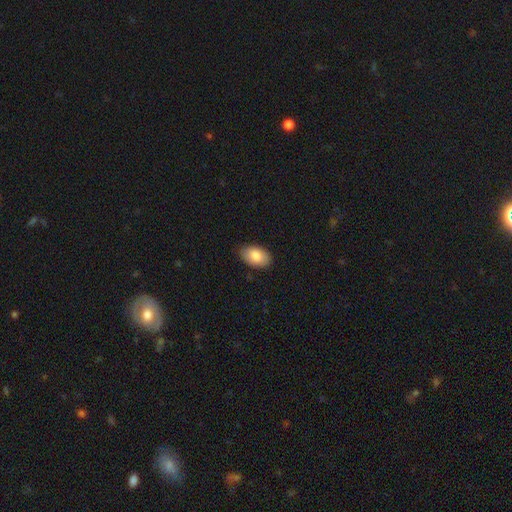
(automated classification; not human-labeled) This is clearly a smooth galaxy (86%). How rounded: clearly in between (93%). Merging: clearly none (87%).